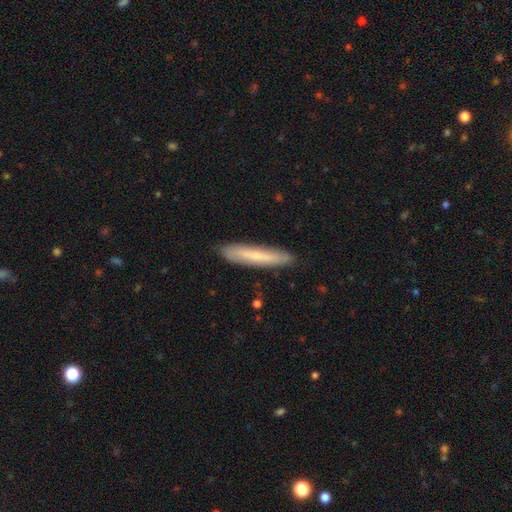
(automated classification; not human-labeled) A smooth galaxy with no disk features (58%) that is cigar-shaped (91%).

Vote fractions:
- Smooth or featured? smooth: 58% / featured or disk: 36% / star or artifact: 6%
- How rounded? cigar-shaped: 91% / in between: 8% / round: 1%
- Merging? none: 86% / minor disturbance: 10% / major disturbance: 2% / merger: 1%